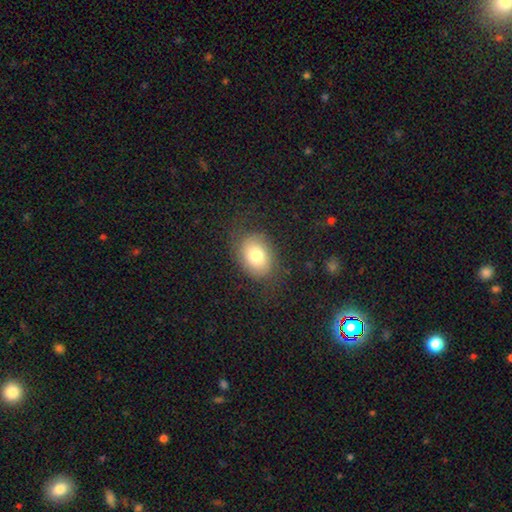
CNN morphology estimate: A smooth galaxy with no disk features (75%) that is in between round and cigar-shaped (66%).

Vote fractions:
- Smooth or featured? smooth: 75% / featured or disk: 15% / star or artifact: 10%
- How rounded? in between: 66% / round: 33% / cigar-shaped: 1%
- Merging? none: 75% / minor disturbance: 15% / major disturbance: 9% / merger: 1%